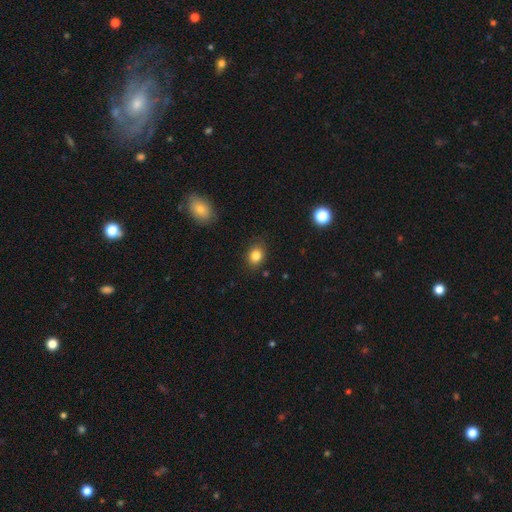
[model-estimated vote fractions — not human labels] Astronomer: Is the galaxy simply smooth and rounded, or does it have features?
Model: smooth — 83%.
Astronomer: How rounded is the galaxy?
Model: in between — 51% (runner-up: round, 48%).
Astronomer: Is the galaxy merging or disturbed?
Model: none — 83%.